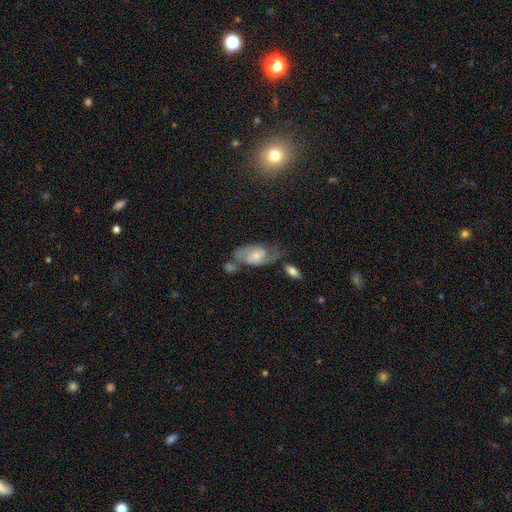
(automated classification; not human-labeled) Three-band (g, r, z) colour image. It shows a featured or disk galaxy (68%) with no bar (57%), 2 (83%) medium (49%) spiral arms (90%) and a small central bulge (49%). Merging: none (46%).